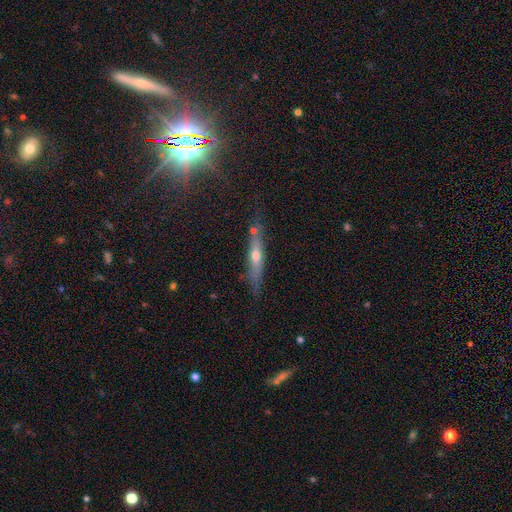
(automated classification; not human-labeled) This is possibly a featured or disk galaxy (53%). It is clearly viewed edge-on (85%). Merging: likely none (73%).